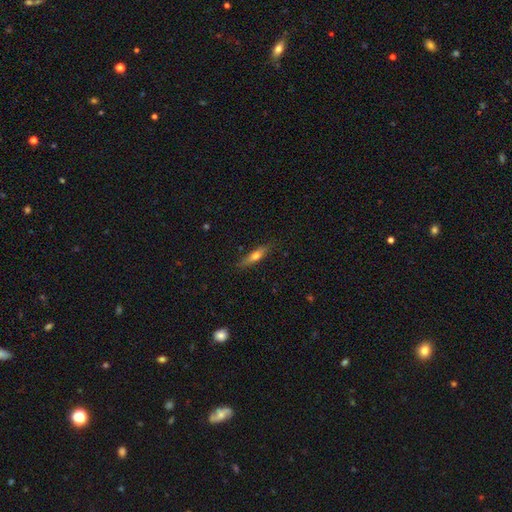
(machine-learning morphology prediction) smooth 60%, featured or disk 33%, star or artifact 7%. Down the decision tree: how rounded — cigar-shaped (69%); merging — none (81%).